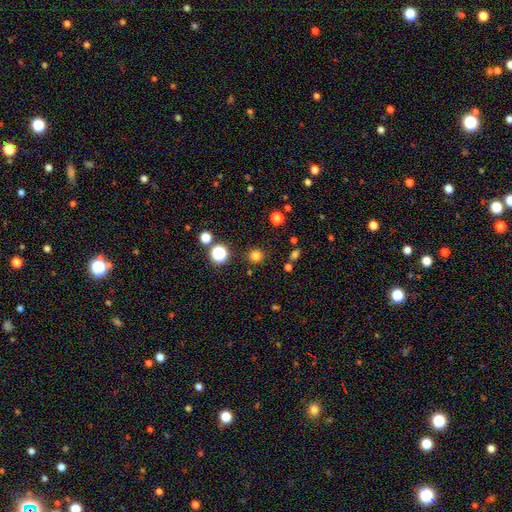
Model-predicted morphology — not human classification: Smooth or featured?
  - smooth: 78% *
  - star or artifact: 18%
  - featured or disk: 5%
How rounded?
  - round: 92% *
  - in between: 7%
  - cigar-shaped: 1%
Merging?
  - none: 88% *
  - minor disturbance: 7%
  - major disturbance: 3%
  - merger: 3%